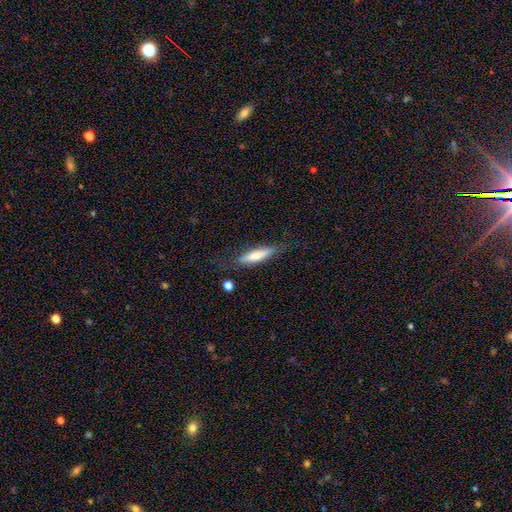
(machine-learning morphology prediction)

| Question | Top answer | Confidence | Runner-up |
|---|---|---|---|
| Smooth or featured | smooth | 58% | featured or disk (35%) |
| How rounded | cigar-shaped | 80% | in between (18%) |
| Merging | none | 76% | minor disturbance (17%) |